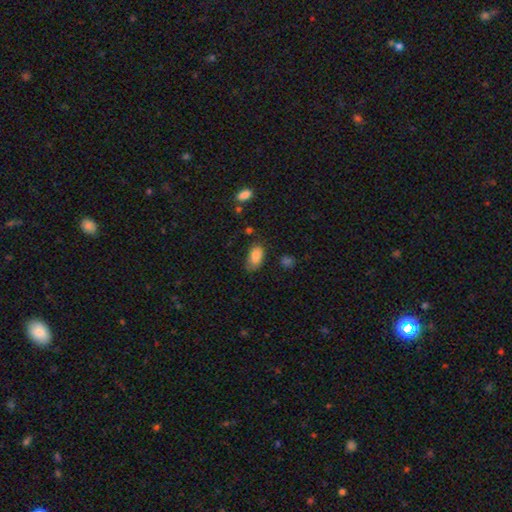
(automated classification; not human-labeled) Q: Smooth or featured?
A: smooth (85%); runner-up: star or artifact (8%)
Q: How rounded?
A: in between (93%); runner-up: round (4%)
Q: Merging?
A: none (62%); runner-up: minor disturbance (27%)